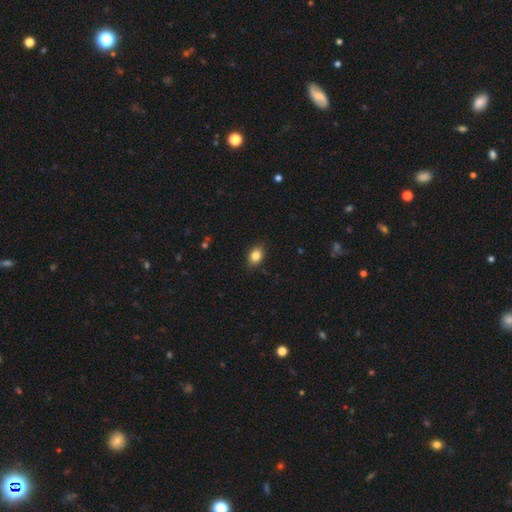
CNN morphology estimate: Smooth or featured? Predicted: smooth (p=0.84). How rounded? Predicted: in between (p=0.73). Merging? Predicted: none (p=0.86).